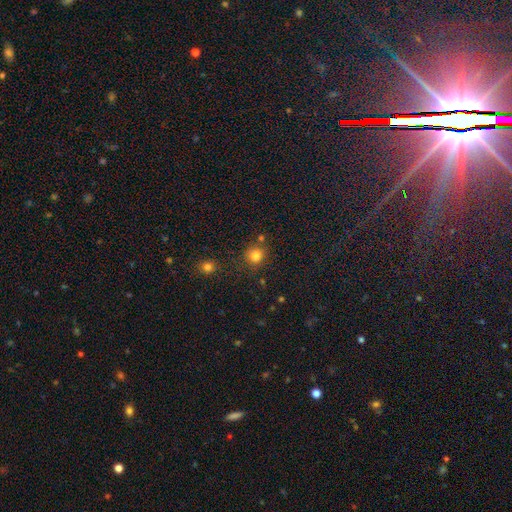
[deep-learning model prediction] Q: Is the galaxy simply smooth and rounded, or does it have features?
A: smooth — 81%.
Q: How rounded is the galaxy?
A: round — 88%.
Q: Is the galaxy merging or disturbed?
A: none — 78%.